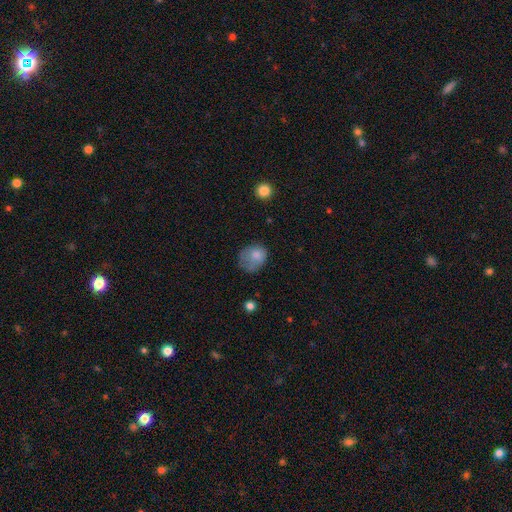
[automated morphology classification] smooth_or_featured: smooth (p=0.76) [alt: featured or disk p=0.15]
how_rounded: round (p=0.62) [alt: in between p=0.37]
merging: none (p=0.39) [alt: minor disturbance p=0.33]